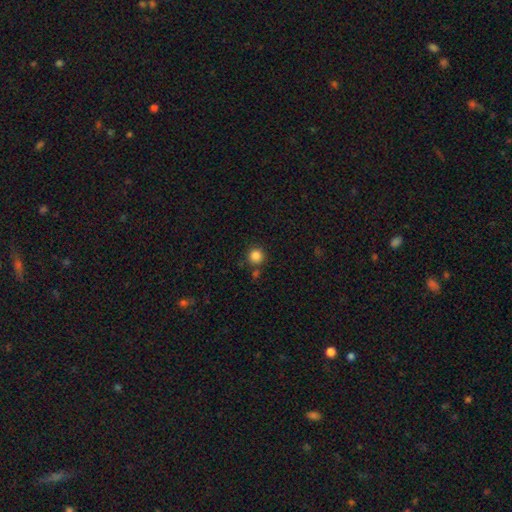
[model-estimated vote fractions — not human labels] smooth-or-featured: smooth: 85% | star or artifact: 11% | featured or disk: 4%
  how-rounded: round: 95% | in between: 4% | cigar-shaped: 1%
  merging: none: 81% | merger: 8% | minor disturbance: 8% | major disturbance: 3%